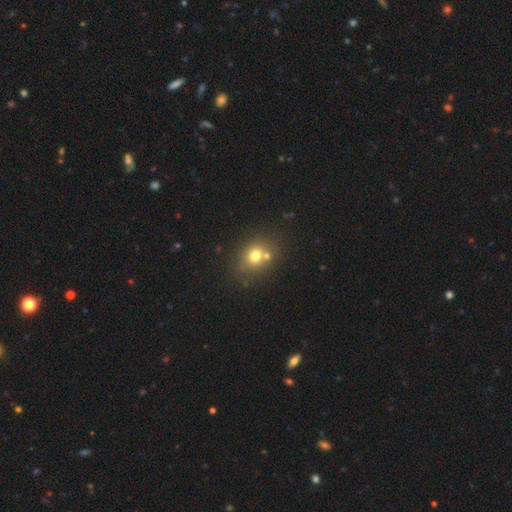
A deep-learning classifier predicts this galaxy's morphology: The model was most divided on "how rounded": round: 63%, in between: 36%, cigar-shaped: 1%. More confident: smooth or featured — smooth (72%); merging — none (58%).